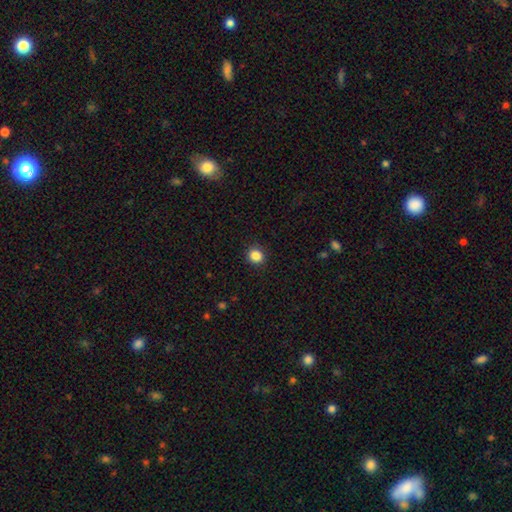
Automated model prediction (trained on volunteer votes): Morphology: type=smooth (86%); roundness=round (83%); merging=none (90%).